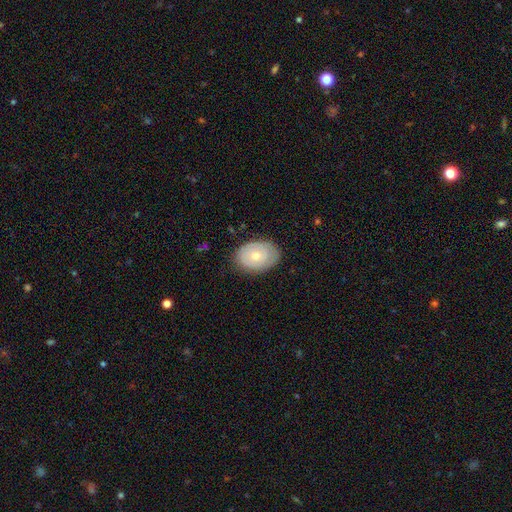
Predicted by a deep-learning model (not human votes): This is possibly a smooth galaxy (59%). How rounded: likely in between (75%). Merging: clearly none (80%).